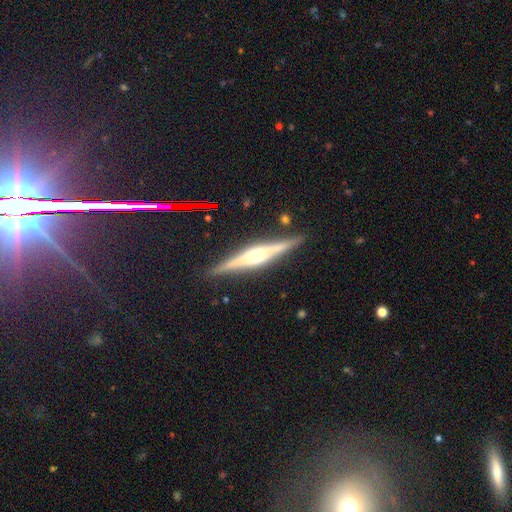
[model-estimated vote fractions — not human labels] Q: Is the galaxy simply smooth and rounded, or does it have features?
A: featured or disk — 80%.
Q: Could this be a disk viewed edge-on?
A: yes — 97%.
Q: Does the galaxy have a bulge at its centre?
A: rounded — 77%.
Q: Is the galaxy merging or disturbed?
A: none — 89%.